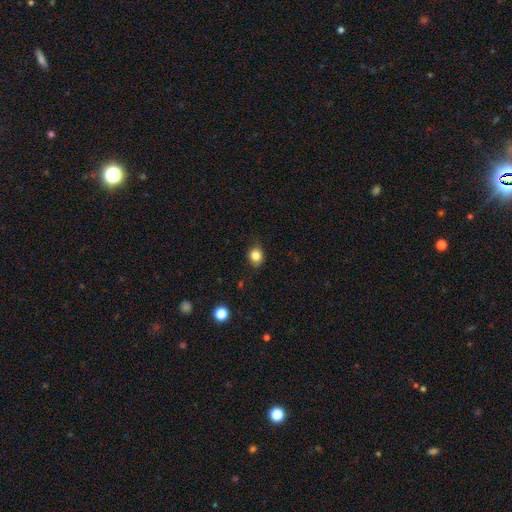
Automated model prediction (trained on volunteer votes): This is clearly a smooth galaxy (83%). How rounded: likely round (68%). Merging: clearly none (81%).